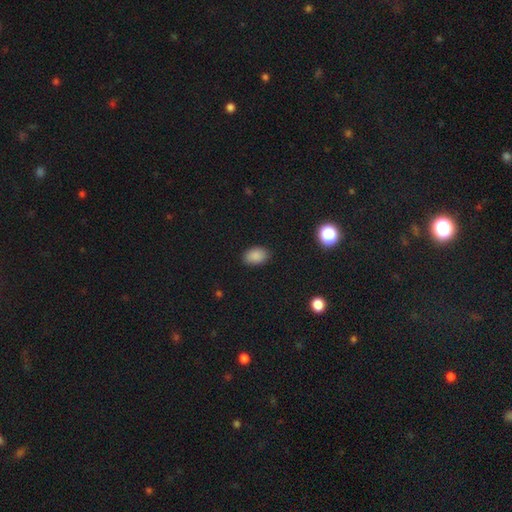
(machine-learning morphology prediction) Smooth or featured? Predicted: smooth (p=0.86). How rounded? Predicted: in between (p=0.84). Merging? Predicted: none (p=0.86).